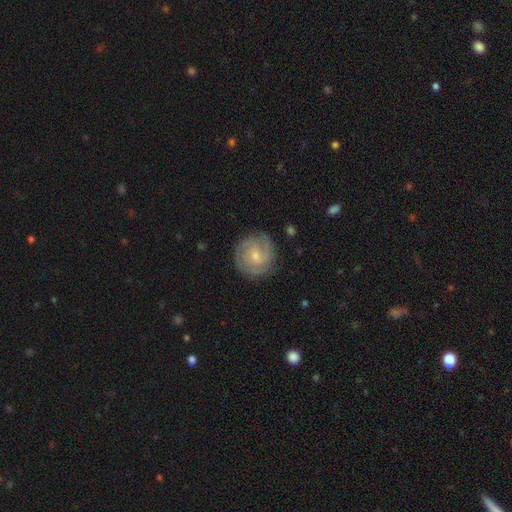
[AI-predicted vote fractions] smooth-or-featured: featured or disk: 77% | smooth: 18% | star or artifact: 6%
  disk-edge-on: no: 98% | yes: 2%
    bar: no: 55% | weak: 39% | strong: 6%
    has-spiral-arms: yes: 95% | no: 5%
      spiral-winding: tight: 63% | medium: 31% | loose: 7%
      spiral-arm-count: 2: 32% | 3: 30% | can't tell: 21% | 4: 7% | 1: 5% | more than 4: 5%
    bulge-size: small: 66% | moderate: 29% | none: 3% | large: 1% | dominant: 1%
  merging: none: 83% | minor disturbance: 12% | major disturbance: 4% | merger: 1%